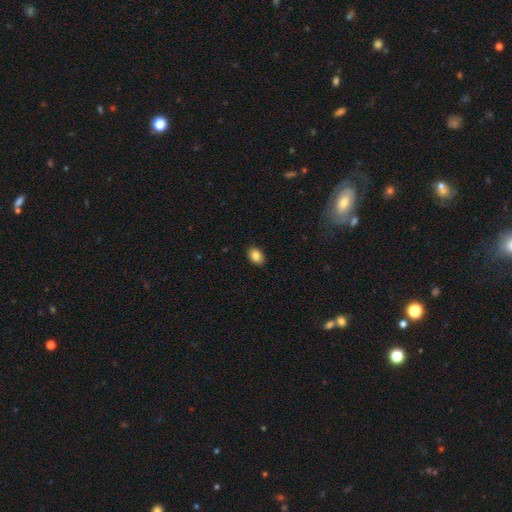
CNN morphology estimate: A smooth galaxy with no disk features (86%) that is in between round and cigar-shaped (81%). Merging: none (90%).